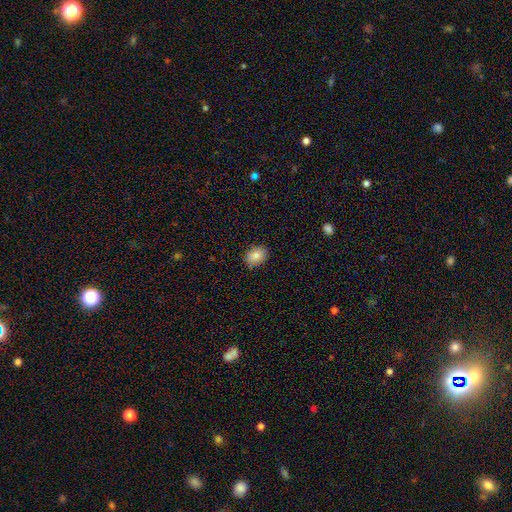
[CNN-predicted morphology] Smooth or featured? smooth (85%)
How rounded? in between (69%)
Merging? none (85%)